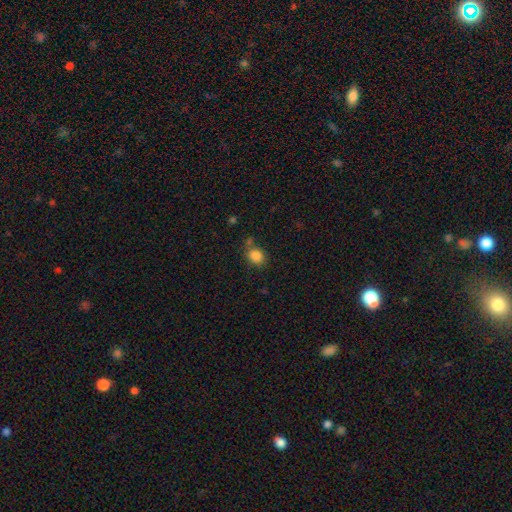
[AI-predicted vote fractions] Q: Smooth or featured?
A: smooth (85%); runner-up: star or artifact (10%)
Q: How rounded?
A: round (59%); runner-up: in between (40%)
Q: Merging?
A: none (68%); runner-up: minor disturbance (15%)